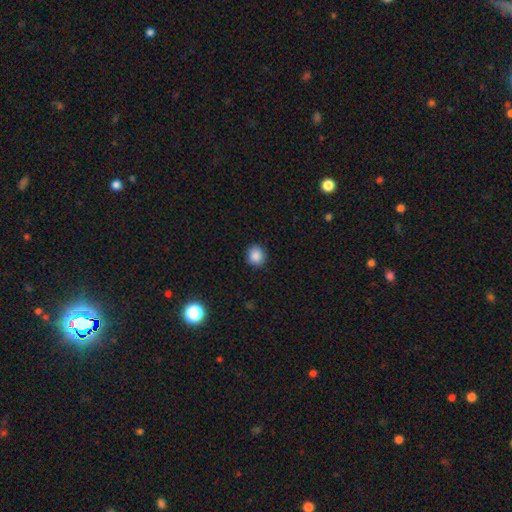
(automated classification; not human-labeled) Morphology: type=smooth (87%); roundness=round (84%); merging=none (90%).